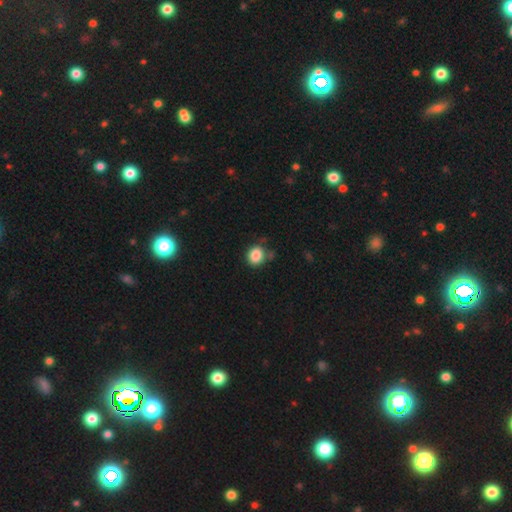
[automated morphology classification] type=smooth (86%); roundness=round (77%); merging=none (73%).